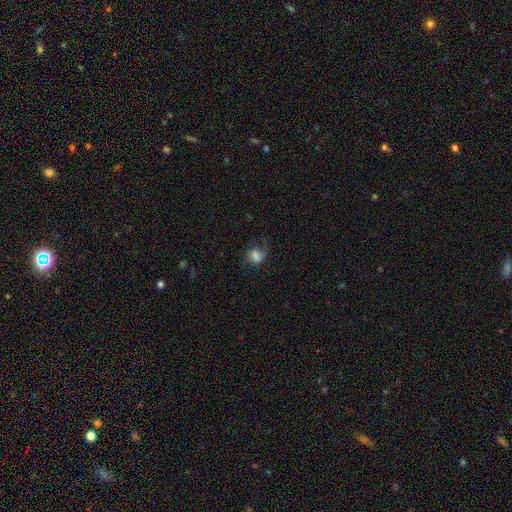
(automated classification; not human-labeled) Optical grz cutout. It shows a smooth galaxy with no disk features (51%) that is in between round and cigar-shaped (57%). Merging: none (41%).